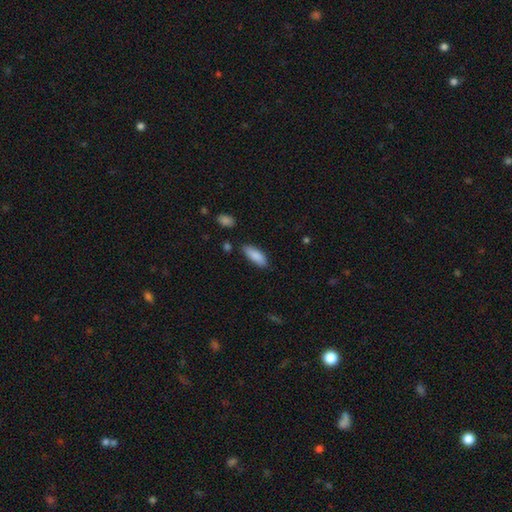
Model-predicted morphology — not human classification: smooth-or-featured: smooth: 87% | featured or disk: 6% | star or artifact: 6%
  how-rounded: in between: 73% | cigar-shaped: 26% | round: 2%
  merging: none: 79% | minor disturbance: 16% | major disturbance: 3% | merger: 3%